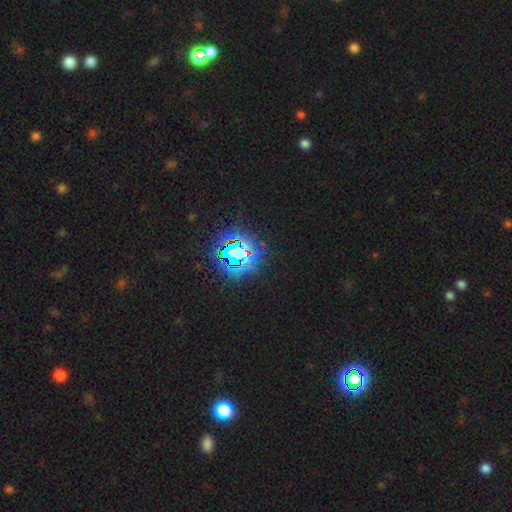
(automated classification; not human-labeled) Smooth or featured? Predicted: star or artifact (p=0.81).